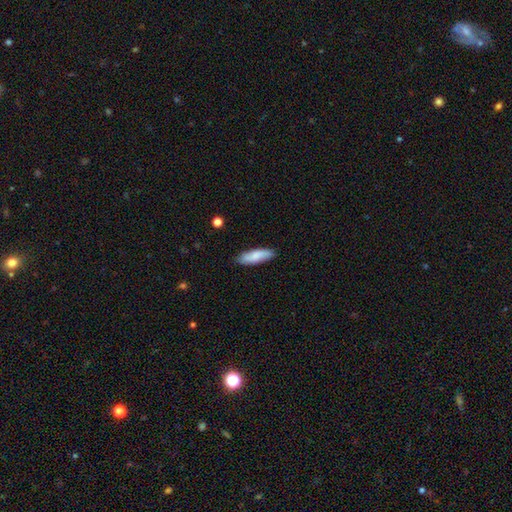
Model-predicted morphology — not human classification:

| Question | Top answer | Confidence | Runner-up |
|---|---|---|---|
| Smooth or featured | smooth | 79% | featured or disk (15%) |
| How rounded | in between | 49% | tied: cigar-shaped (49%) |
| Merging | none | 86% | minor disturbance (11%) |